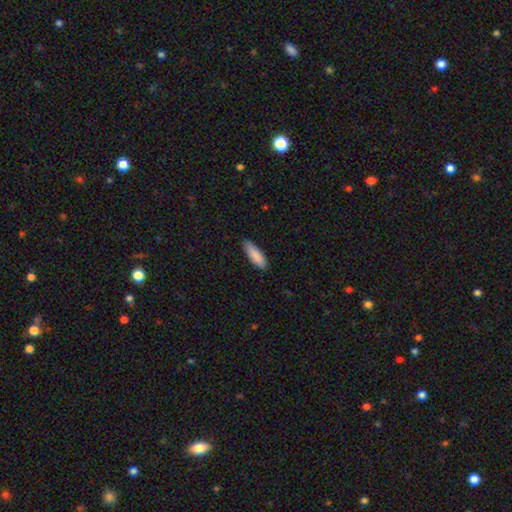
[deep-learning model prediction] Overall: smooth (89%). How rounded: in between (52%; cigar-shaped 47%). Merging: none (83%).